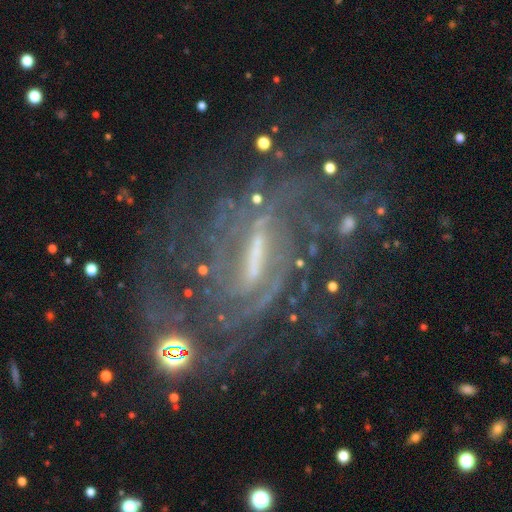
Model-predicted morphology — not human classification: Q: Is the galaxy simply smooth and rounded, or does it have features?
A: featured or disk — 85%.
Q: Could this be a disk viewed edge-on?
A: no — 95%.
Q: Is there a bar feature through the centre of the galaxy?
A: strong — 63%.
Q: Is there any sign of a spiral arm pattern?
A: yes — 95%.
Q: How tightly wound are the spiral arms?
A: tight — 43%.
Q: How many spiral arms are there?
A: can't tell — 26%.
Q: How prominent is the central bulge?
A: small — 41%.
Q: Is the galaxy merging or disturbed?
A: none — 58%.